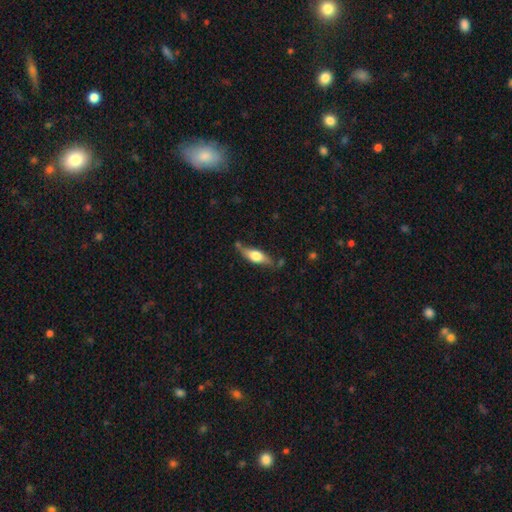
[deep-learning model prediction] The model was most divided on "smooth or featured": smooth: 51%, featured or disk: 43%, star or artifact: 6%. More confident: merging — none (67%); how rounded — in between (53%).